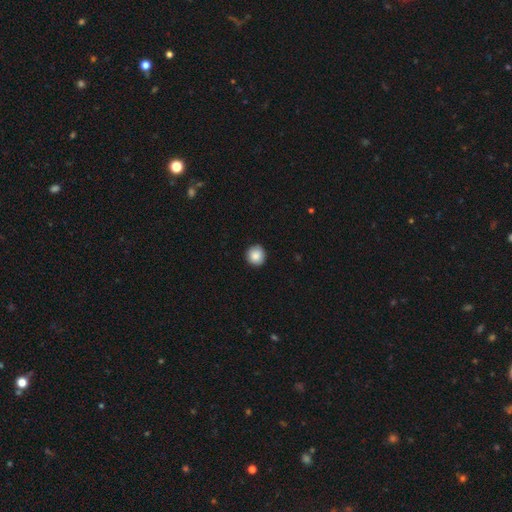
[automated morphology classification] A smooth galaxy with no disk features (87%) that is round (94%).

Vote fractions:
- Smooth or featured? smooth: 87% / star or artifact: 8% / featured or disk: 5%
- How rounded? round: 94% / in between: 5% / cigar-shaped: 1%
- Merging? none: 90% / minor disturbance: 7% / major disturbance: 2% / merger: 1%